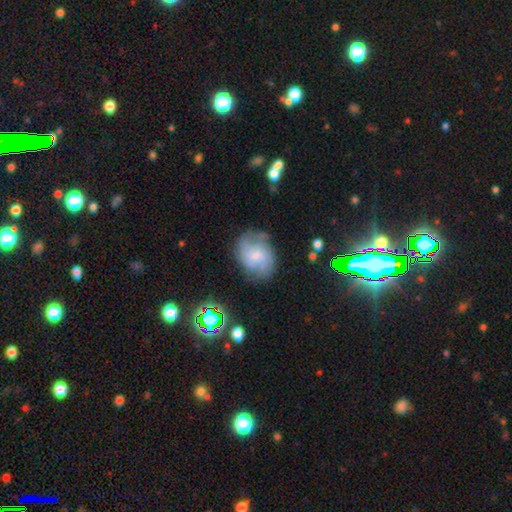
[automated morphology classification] The model was most divided on "bar": no: 56%, weak: 37%, strong: 6%. More confident: edge-on disk — no (97%); spiral arms — yes (83%); merging — none (63%); bulge size — small (59%); smooth or featured — featured or disk (55%).